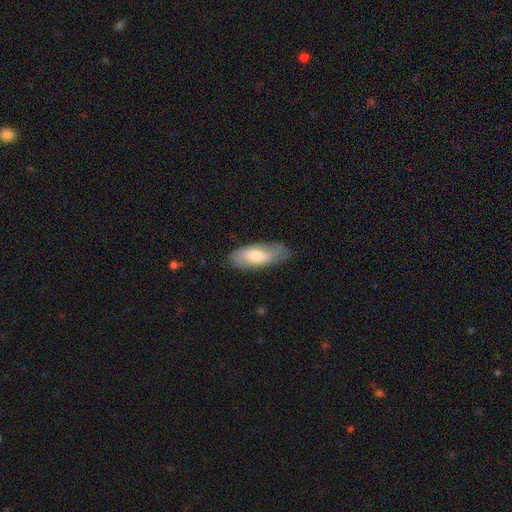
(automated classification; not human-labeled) The model was most divided on "smooth or featured": smooth: 59%, featured or disk: 35%, star or artifact: 6%. More confident: how rounded — in between (80%); merging — none (69%).